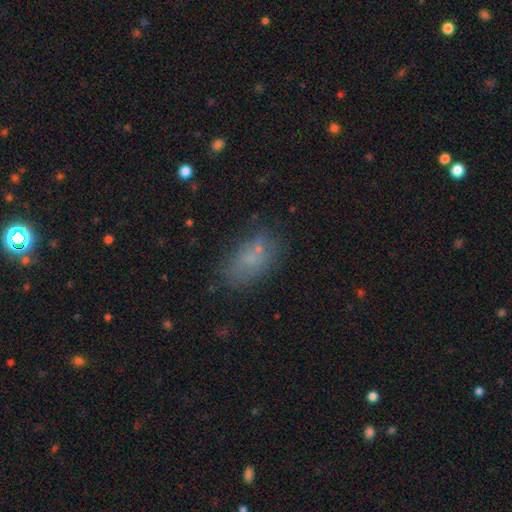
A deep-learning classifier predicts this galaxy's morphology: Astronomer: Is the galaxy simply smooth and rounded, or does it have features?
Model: smooth — 65%.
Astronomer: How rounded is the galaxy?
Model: in between — 88%.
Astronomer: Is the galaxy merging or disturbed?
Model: none — 63%.